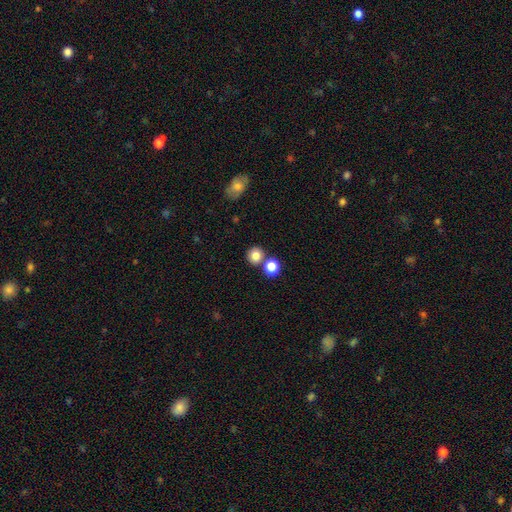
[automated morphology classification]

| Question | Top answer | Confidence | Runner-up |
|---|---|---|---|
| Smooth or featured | smooth | 81% | star or artifact (12%) |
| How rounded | round | 87% | in between (12%) |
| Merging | none | 70% | merger (20%) |